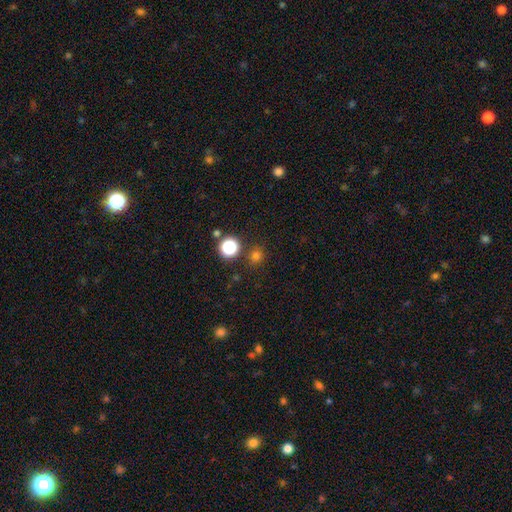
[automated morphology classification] Smooth or featured: smooth — 72% (star or artifact — 24%)
How rounded: round — 88% (in between — 11%)
Merging: none — 83% (minor disturbance — 9%)